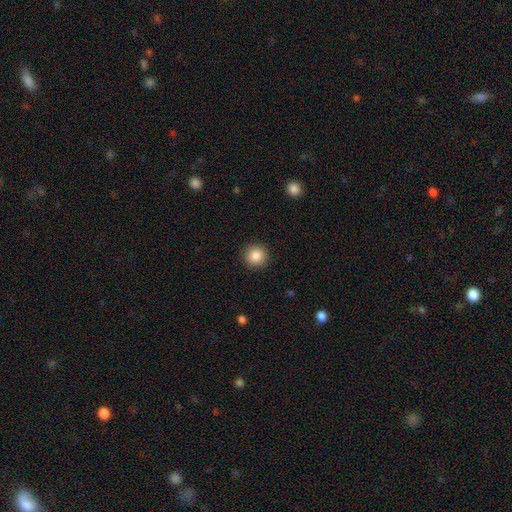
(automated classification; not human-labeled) smooth-or-featured: smooth: 87% | star or artifact: 9% | featured or disk: 4%
  how-rounded: round: 94% | in between: 5% | cigar-shaped: 1%
  merging: none: 91% | minor disturbance: 6% | major disturbance: 2% | merger: 1%